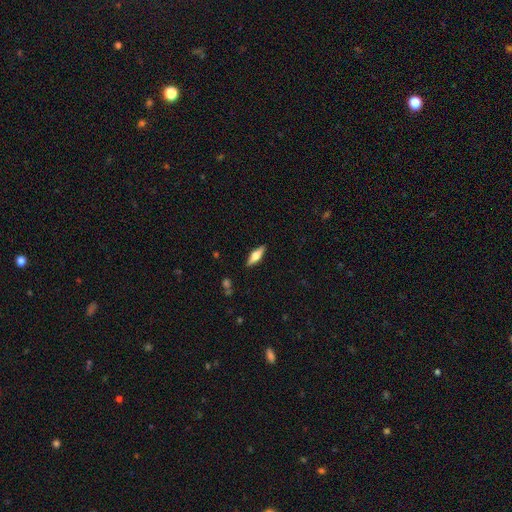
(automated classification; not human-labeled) Q: Smooth or featured?
A: featured or disk (50%); runner-up: smooth (43%)
Q: Edge-on disk?
A: yes (93%); runner-up: no (7%)
Q: Merging?
A: none (88%); runner-up: minor disturbance (8%)